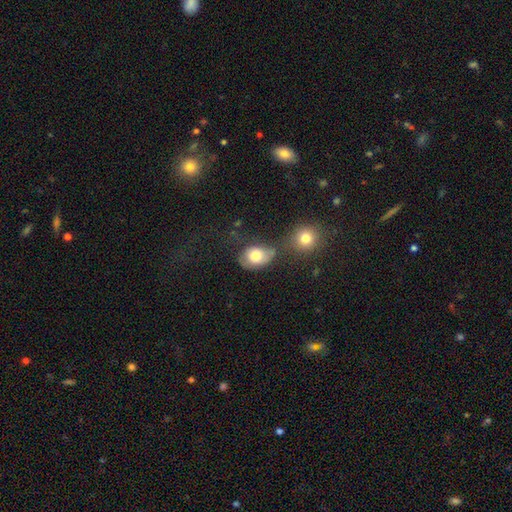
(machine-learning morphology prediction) This is likely a smooth galaxy (75%). How rounded: likely in between (67%). Merging: marginally none (38%).